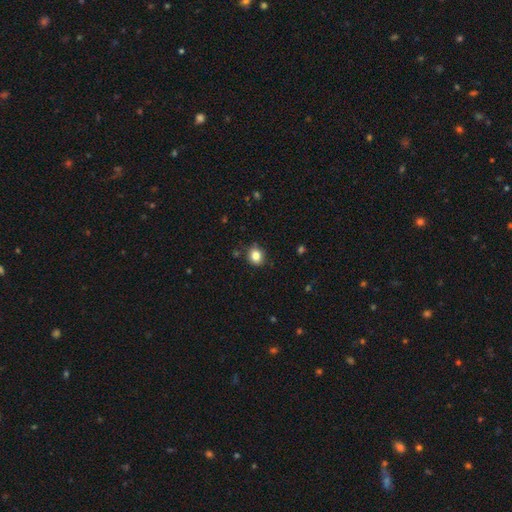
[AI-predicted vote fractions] A smooth galaxy with no disk features (84%) that is round (71%).

Vote fractions:
- Smooth or featured? smooth: 84% / star or artifact: 11% / featured or disk: 6%
- How rounded? round: 71% / in between: 28% / cigar-shaped: 1%
- Merging? none: 86% / minor disturbance: 10% / major disturbance: 2% / merger: 2%